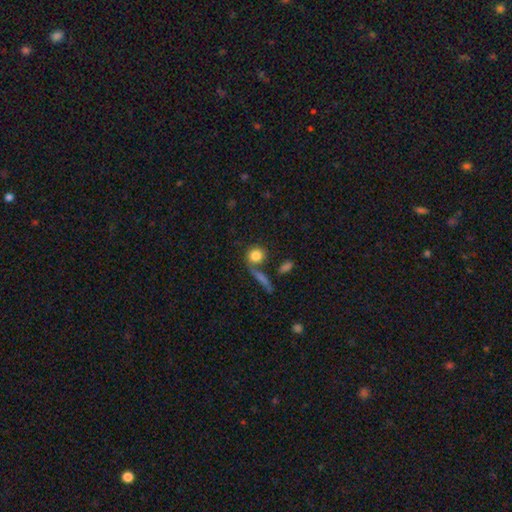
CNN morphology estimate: The model was most divided on "merging": none: 59%, merger: 21%, minor disturbance: 12%, major disturbance: 8%. More confident: how rounded — round (81%); smooth or featured — smooth (81%).